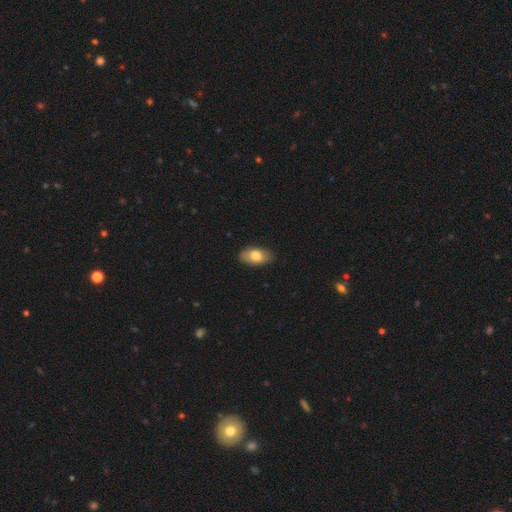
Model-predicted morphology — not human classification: Smooth or featured?
  - smooth: 77% *
  - featured or disk: 17%
  - star or artifact: 7%
How rounded?
  - in between: 92% *
  - round: 5%
  - cigar-shaped: 3%
Merging?
  - none: 82% *
  - minor disturbance: 14%
  - major disturbance: 2%
  - merger: 1%